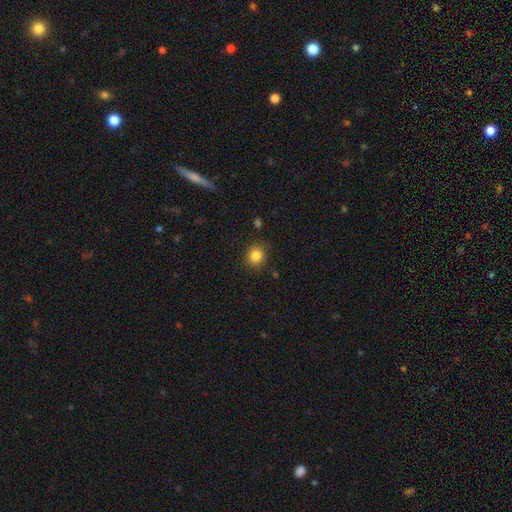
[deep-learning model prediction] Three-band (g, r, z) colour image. It shows a smooth galaxy with no disk features (84%) that is round (84%). Merging: none (87%).